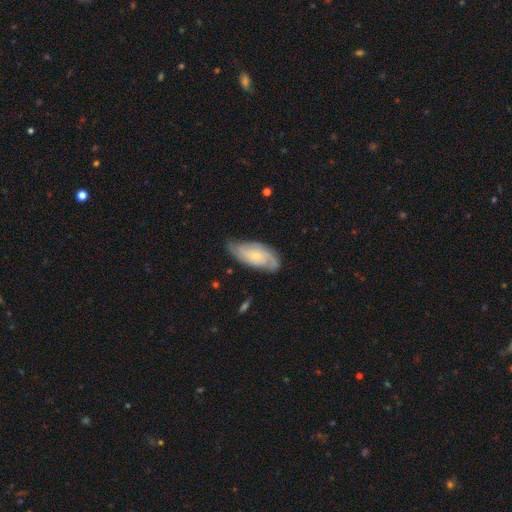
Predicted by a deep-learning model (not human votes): Q: Smooth or featured?
A: featured or disk (73%); runner-up: smooth (22%)
Q: Edge-on disk?
A: no (93%); runner-up: yes (7%)
Q: Bar?
A: no (70%); runner-up: weak (26%)
Q: Spiral arms?
A: yes (93%); runner-up: no (7%)
Q: Spiral winding?
A: tight (53%); runner-up: medium (36%)
Q: Spiral arm count?
A: 2 (45%); runner-up: can't tell (26%)
Q: Bulge size?
A: small (69%); runner-up: moderate (26%)
Q: Merging?
A: none (71%); runner-up: minor disturbance (23%)